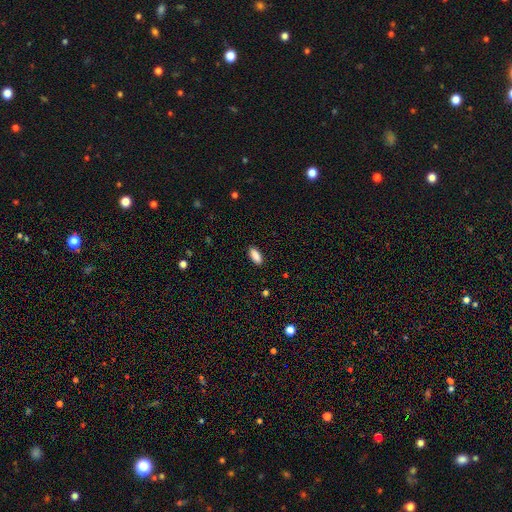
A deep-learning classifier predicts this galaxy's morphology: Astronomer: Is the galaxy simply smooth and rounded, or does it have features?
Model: smooth — 89%.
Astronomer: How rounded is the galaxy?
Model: in between — 83%.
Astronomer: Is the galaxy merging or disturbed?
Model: none — 89%.